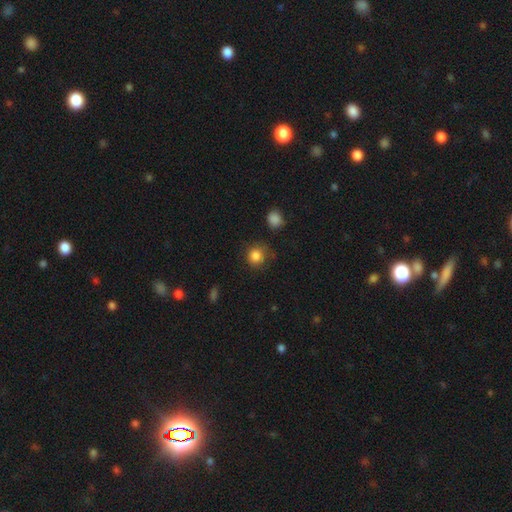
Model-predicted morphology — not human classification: This is clearly a smooth galaxy (85%). How rounded: clearly round (89%). Merging: likely none (72%).